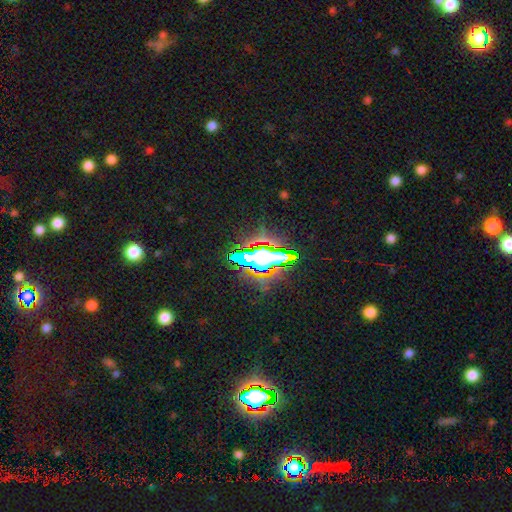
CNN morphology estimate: A star or artifact, not a galaxy (56%).

Vote fractions:
- Smooth or featured? star or artifact: 56% / featured or disk: 23% / smooth: 21%